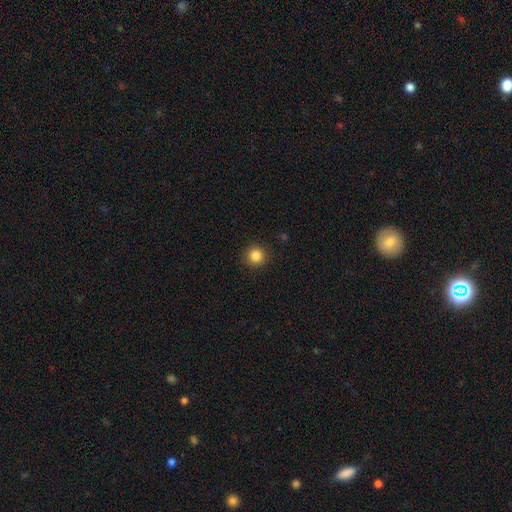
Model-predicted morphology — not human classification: This is clearly a smooth galaxy (85%). How rounded: clearly round (94%). Merging: clearly none (92%).